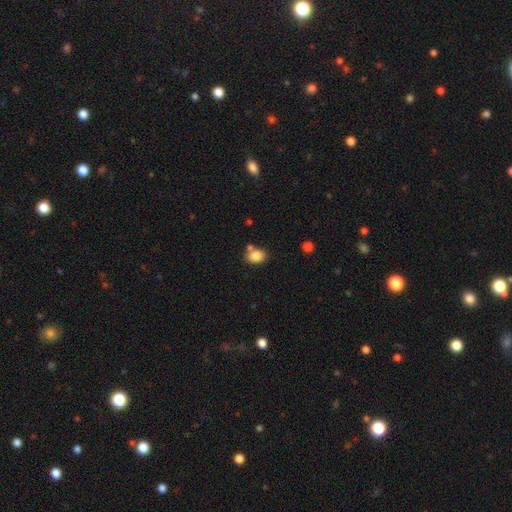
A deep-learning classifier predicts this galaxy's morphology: smooth-or-featured: smooth: 84% | star or artifact: 9% | featured or disk: 7%
  how-rounded: in between: 66% | round: 33% | cigar-shaped: 1%
  merging: none: 67% | merger: 16% | minor disturbance: 14% | major disturbance: 3%